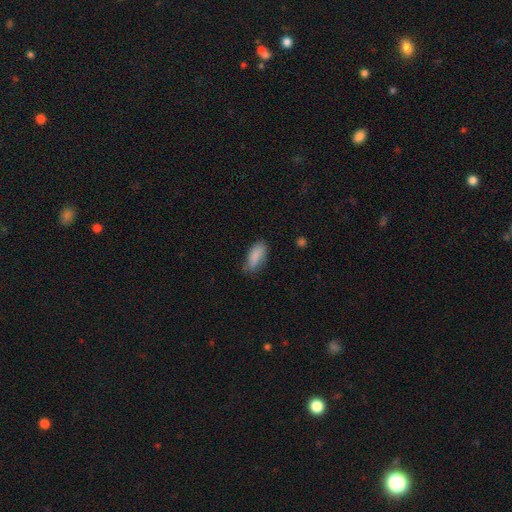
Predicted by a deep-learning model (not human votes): Q: Smooth or featured?
A: smooth (86%); runner-up: featured or disk (7%)
Q: How rounded?
A: in between (82%); runner-up: cigar-shaped (16%)
Q: Merging?
A: none (63%); runner-up: minor disturbance (29%)